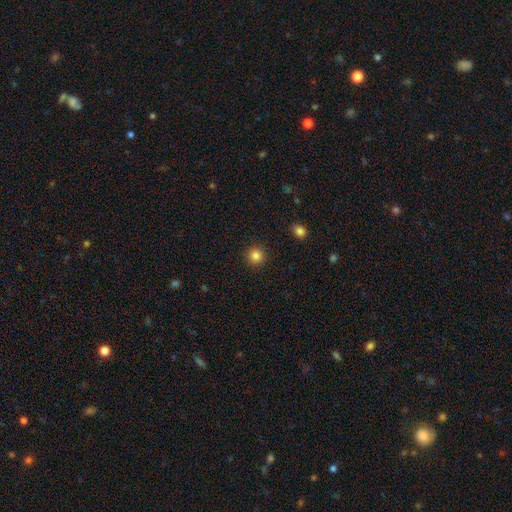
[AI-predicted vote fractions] Smooth or featured: smooth — 85% (star or artifact — 11%)
How rounded: round — 95% (in between — 4%)
Merging: none — 92% (minor disturbance — 5%)